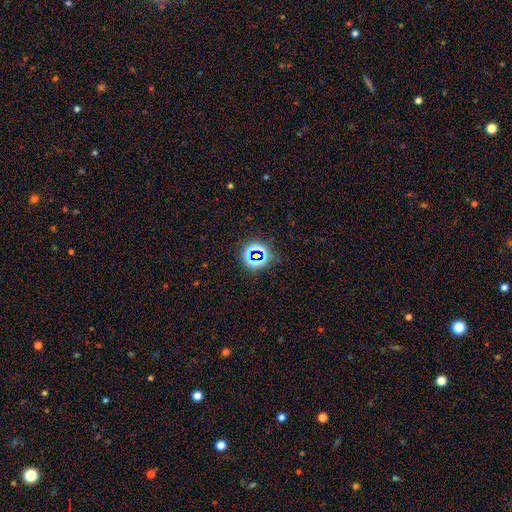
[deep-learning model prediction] Smooth or featured? star or artifact (68%)